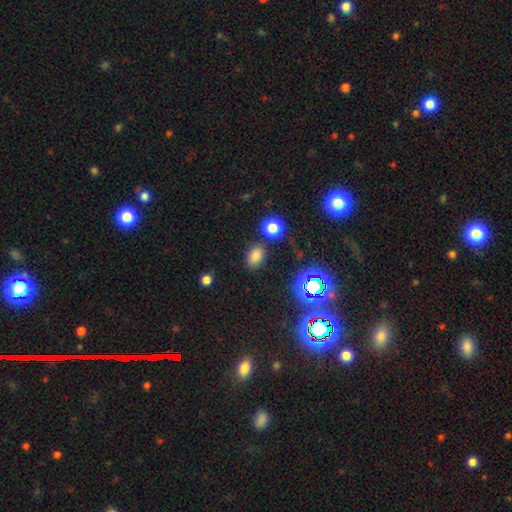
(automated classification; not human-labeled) smooth-or-featured: smooth: 74% | star or artifact: 20% | featured or disk: 6%
  how-rounded: in between: 75% | round: 23% | cigar-shaped: 1%
  merging: none: 81% | minor disturbance: 10% | merger: 5% | major disturbance: 4%